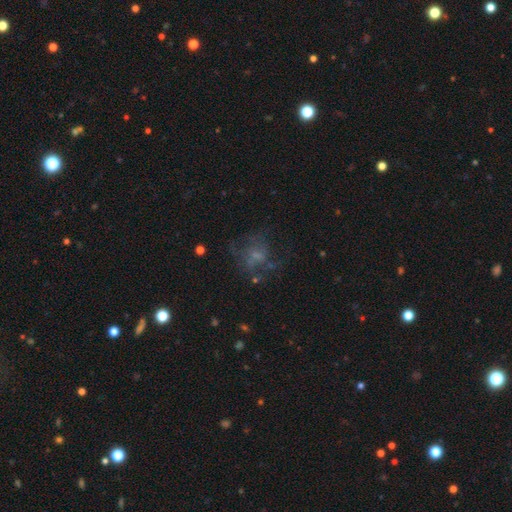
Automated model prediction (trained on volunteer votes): Overall: featured or disk (42%; smooth 39%). Merging: none (47%; major disturbance 30%).